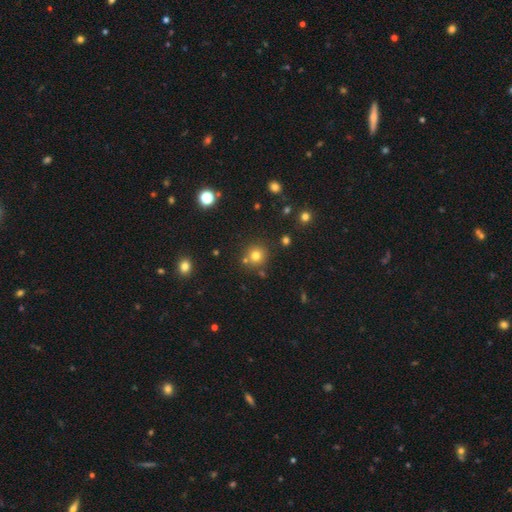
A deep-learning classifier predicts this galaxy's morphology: Smooth or featured: smooth — 75% (star or artifact — 17%)
How rounded: round — 93% (in between — 6%)
Merging: none — 80% (merger — 9%)